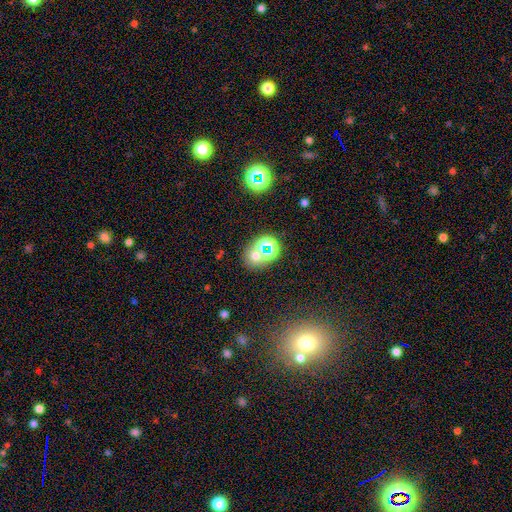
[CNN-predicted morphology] A smooth galaxy with no disk features (46%). Merging: none (53%).